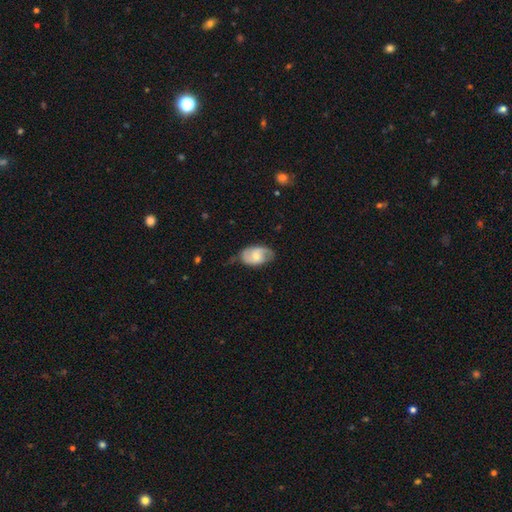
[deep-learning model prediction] Smooth or featured: featured or disk — 55% (smooth — 39%)
Edge-on disk: no — 95% (yes — 5%)
Bar: no — 59% (weak — 34%)
Spiral arms: yes — 81% (no — 19%)
Bulge size: moderate — 50% (small — 43%)
Merging: none — 62% (minor disturbance — 28%)